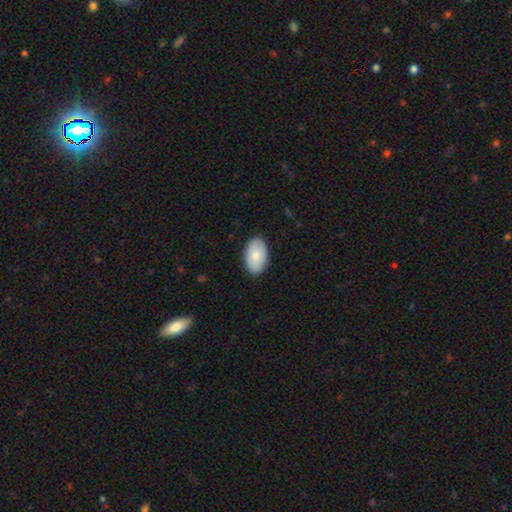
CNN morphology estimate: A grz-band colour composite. It shows a smooth galaxy with no disk features (79%) that is in between round and cigar-shaped (94%). Merging: none (88%).